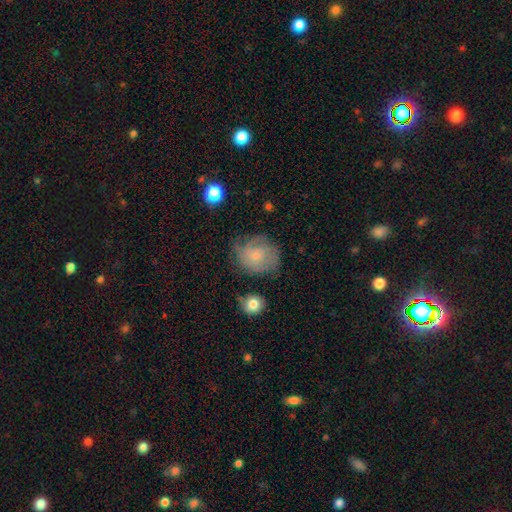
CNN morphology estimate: smooth-or-featured: smooth: 52% | featured or disk: 39% | star or artifact: 9%
  how-rounded: round: 71% | in between: 28% | cigar-shaped: 1%
  merging: none: 57% | minor disturbance: 27% | major disturbance: 13% | merger: 2%